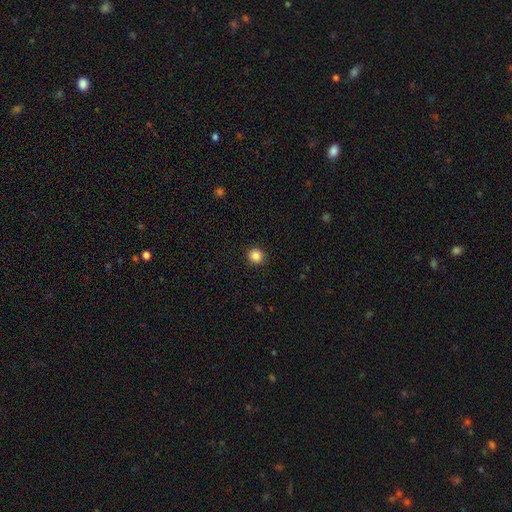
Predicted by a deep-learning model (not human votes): Smooth or featured? smooth (86%)
How rounded? round (90%)
Merging? none (92%)